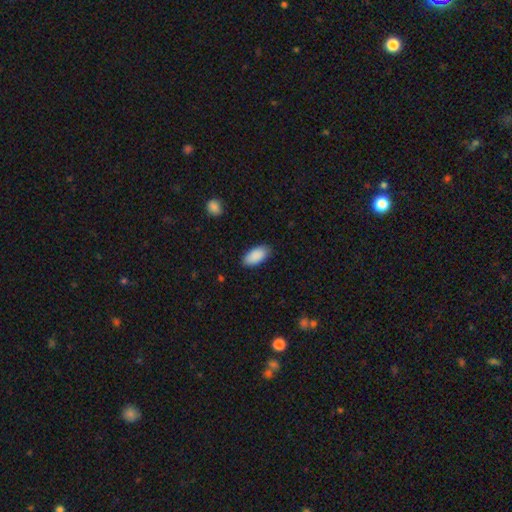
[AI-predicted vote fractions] Smooth or featured?
  - smooth: 91% *
  - star or artifact: 6%
  - featured or disk: 3%
How rounded?
  - in between: 94% *
  - cigar-shaped: 4%
  - round: 2%
Merging?
  - none: 85% *
  - minor disturbance: 12%
  - major disturbance: 2%
  - merger: 1%